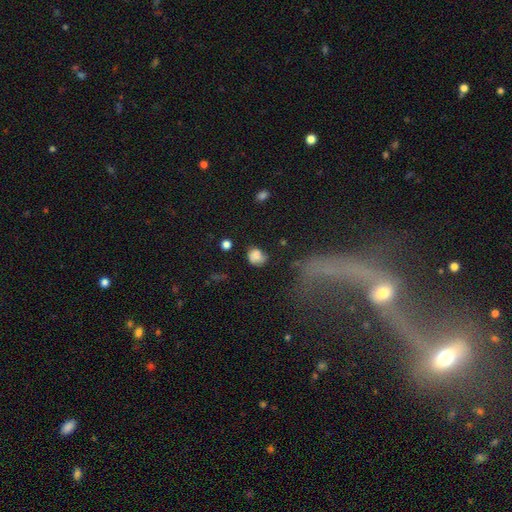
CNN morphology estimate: A smooth galaxy with no disk features (74%) that is round (66%).

Vote fractions:
- Smooth or featured? smooth: 74% / featured or disk: 16% / star or artifact: 10%
- How rounded? round: 66% / in between: 33% / cigar-shaped: 1%
- Merging? none: 50% / minor disturbance: 30% / major disturbance: 14% / merger: 6%